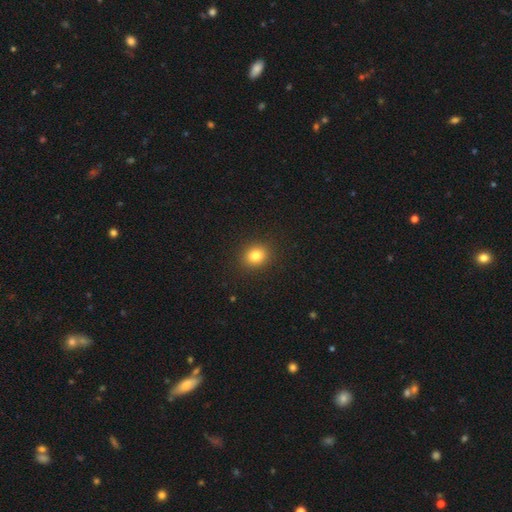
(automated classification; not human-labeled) A smooth galaxy with no disk features (82%) that is round (74%).

Vote fractions:
- Smooth or featured? smooth: 82% / star or artifact: 12% / featured or disk: 6%
- How rounded? round: 74% / in between: 25% / cigar-shaped: 1%
- Merging? none: 91% / minor disturbance: 6% / major disturbance: 2% / merger: 1%